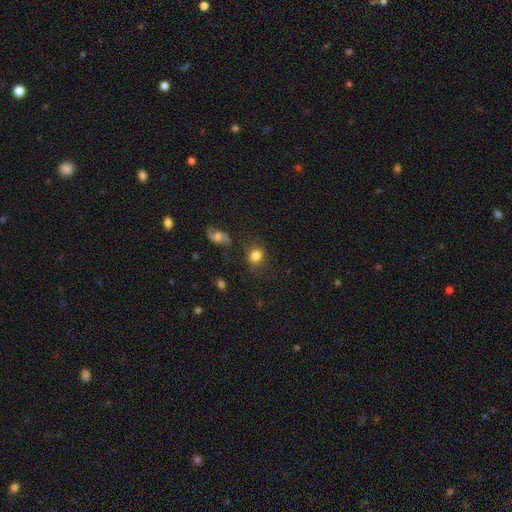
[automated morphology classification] A smooth galaxy with no disk features (83%) that is round (66%). Merging: none (76%).